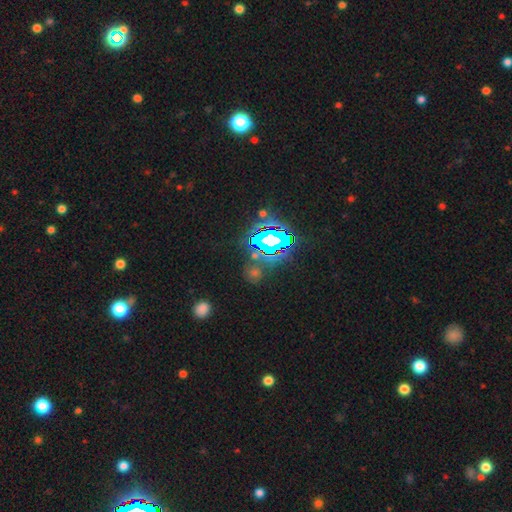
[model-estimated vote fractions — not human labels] Smooth or featured? Predicted: star or artifact (p=0.74).